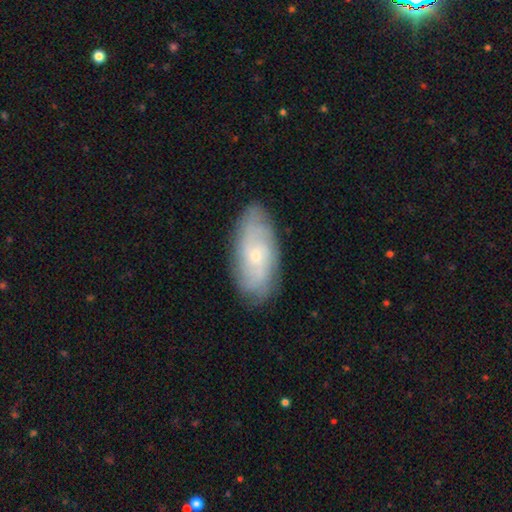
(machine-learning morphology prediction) Smooth or featured? Predicted: featured or disk (p=0.66). Edge-on disk? Predicted: no (p=0.91). Bar? Predicted: no (p=0.77). Spiral arms? Predicted: yes (p=0.86). Spiral winding? Predicted: tight (p=0.58). Spiral arm count? Predicted: can't tell (p=0.52). Bulge size? Predicted: small (p=0.72). Merging? Predicted: none (p=0.82).